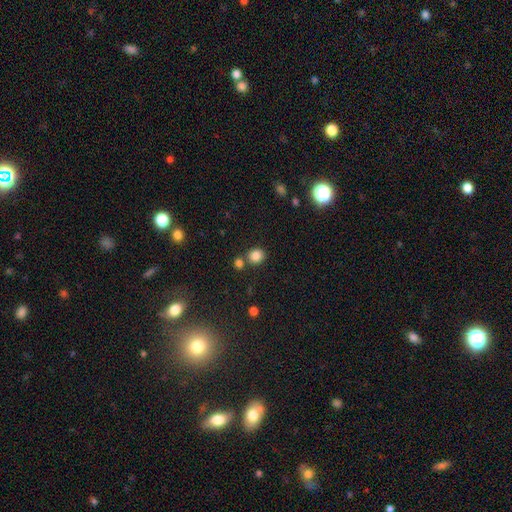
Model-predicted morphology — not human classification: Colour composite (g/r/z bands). It shows a smooth galaxy with no disk features (83%) that is round (75%). Merging: none (70%).